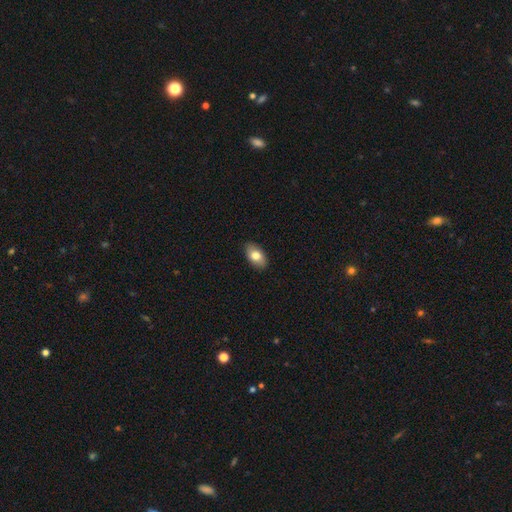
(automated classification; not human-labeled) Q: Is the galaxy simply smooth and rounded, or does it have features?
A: smooth — 79%.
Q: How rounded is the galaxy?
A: in between — 92%.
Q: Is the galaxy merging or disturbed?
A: none — 88%.